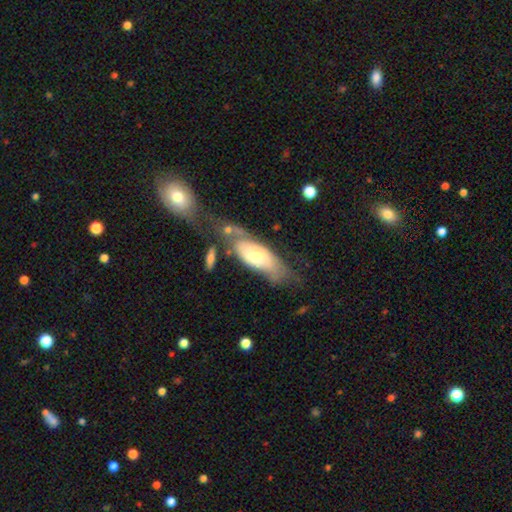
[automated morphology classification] A featured or disk galaxy (48%).

Vote fractions:
- Smooth or featured? featured or disk: 48% / smooth: 46% / star or artifact: 6%
- Merging? none: 34% / major disturbance: 25% / minor disturbance: 25% / merger: 16%